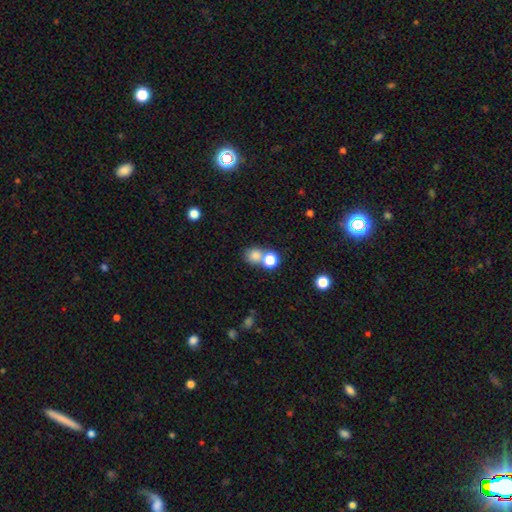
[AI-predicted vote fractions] Morphology: type=smooth (78%); roundness=round (81%); merging=none (52%).